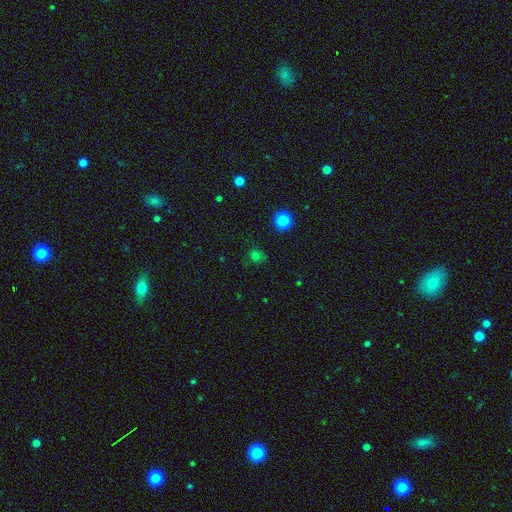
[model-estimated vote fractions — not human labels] Overall: smooth (64%; star or artifact 30%). How rounded: round (82%). Merging: none (75%).